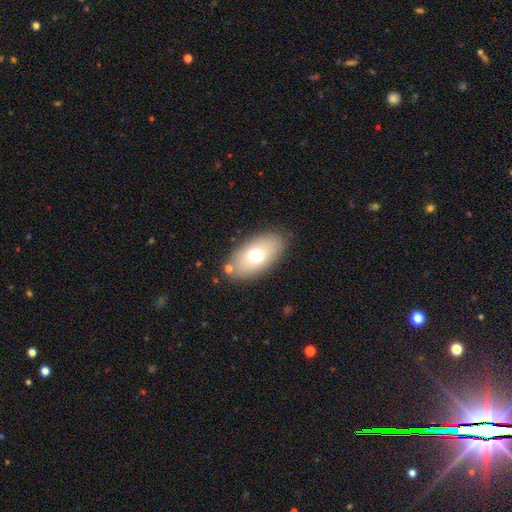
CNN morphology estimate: A smooth galaxy with no disk features (68%) that is in between round and cigar-shaped (91%). Merging: none (80%).